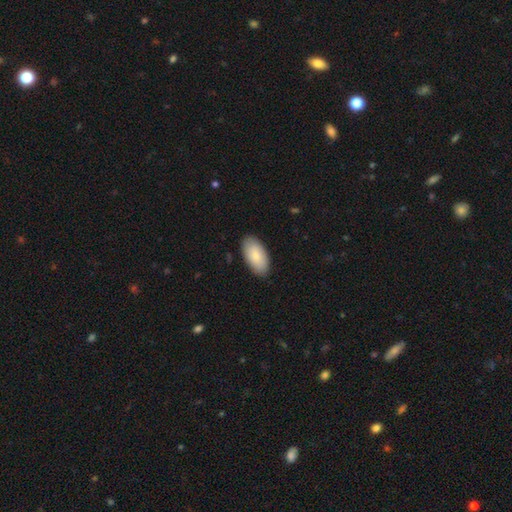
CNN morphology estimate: Q: Smooth or featured?
A: smooth (84%); runner-up: featured or disk (11%)
Q: How rounded?
A: in between (96%); runner-up: cigar-shaped (2%)
Q: Merging?
A: none (88%); runner-up: minor disturbance (10%)